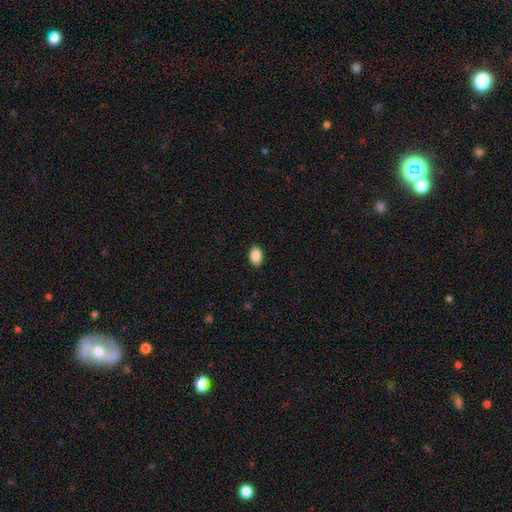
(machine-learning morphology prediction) type=smooth (89%); roundness=in between (88%); merging=none (89%).